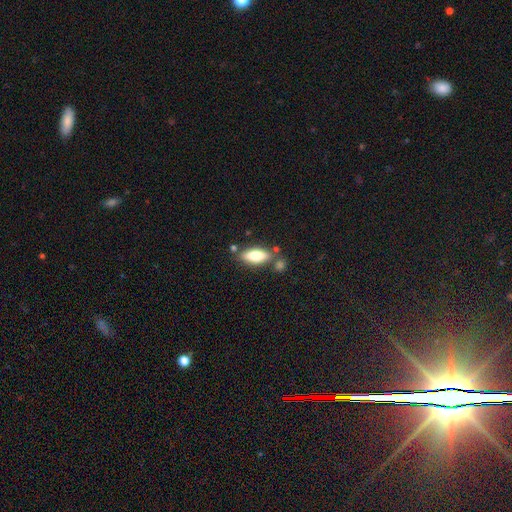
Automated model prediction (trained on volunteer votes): Q: Smooth or featured?
A: smooth (73%); runner-up: featured or disk (21%)
Q: How rounded?
A: in between (75%); runner-up: cigar-shaped (22%)
Q: Merging?
A: none (70%); runner-up: minor disturbance (14%)